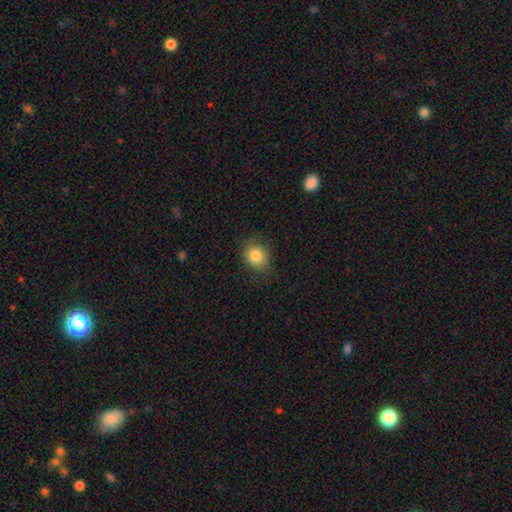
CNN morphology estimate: This is clearly a smooth galaxy (83%). How rounded: likely round (66%). Merging: likely none (79%).